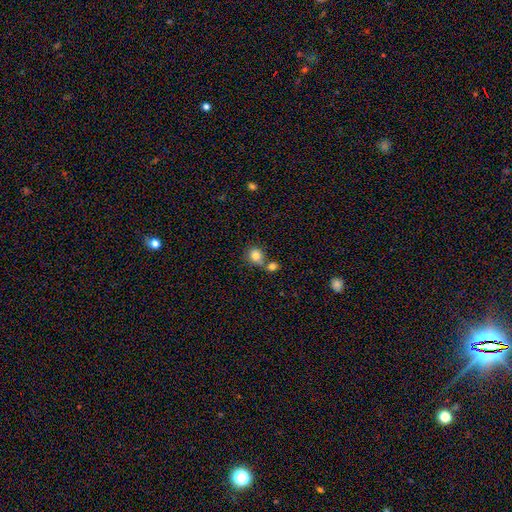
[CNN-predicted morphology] Smooth or featured?
  - smooth: 83% *
  - star or artifact: 10%
  - featured or disk: 7%
How rounded?
  - round: 79% *
  - in between: 20%
  - cigar-shaped: 1%
Merging?
  - none: 54% *
  - merger: 32%
  - minor disturbance: 10%
  - major disturbance: 4%